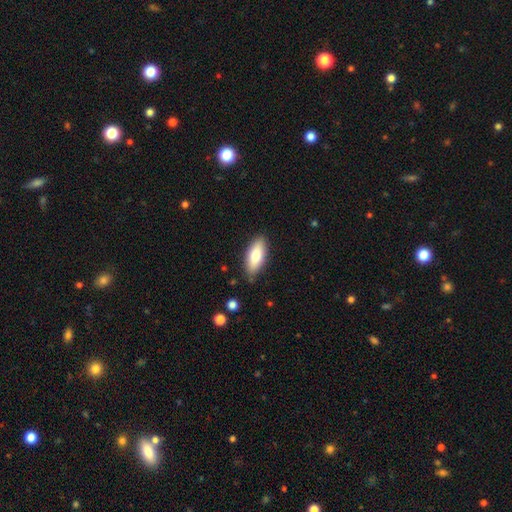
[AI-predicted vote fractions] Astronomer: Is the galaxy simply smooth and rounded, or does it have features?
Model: smooth — 76%.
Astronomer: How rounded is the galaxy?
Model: in between — 83%.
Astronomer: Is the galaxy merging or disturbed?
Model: none — 85%.